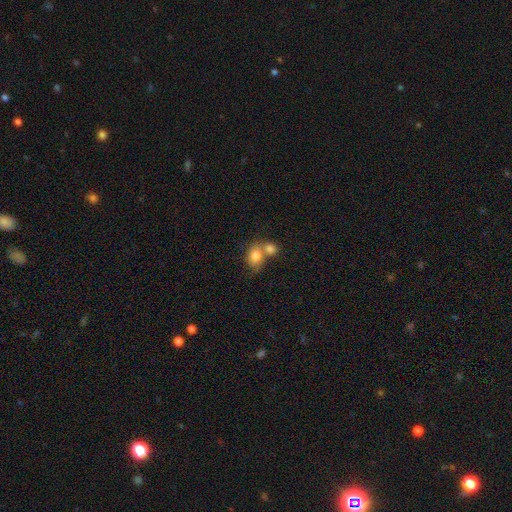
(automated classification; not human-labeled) Morphology: type=smooth (80%); roundness=in between (59%); merging=merger (55%).